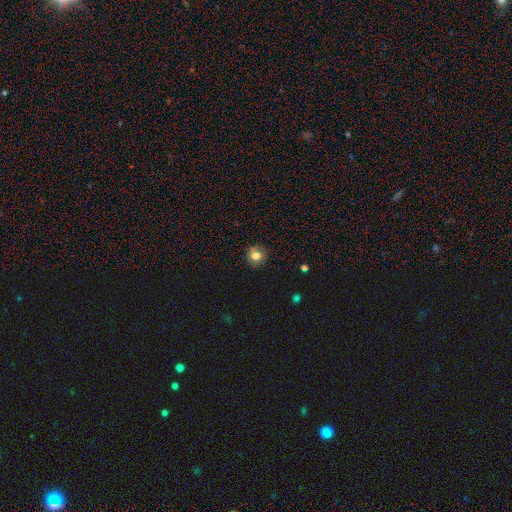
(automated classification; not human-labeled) smooth-or-featured: smooth: 75% | star or artifact: 13% | featured or disk: 12%
  how-rounded: round: 85% | in between: 14% | cigar-shaped: 1%
  merging: none: 81% | minor disturbance: 13% | major disturbance: 3% | merger: 2%